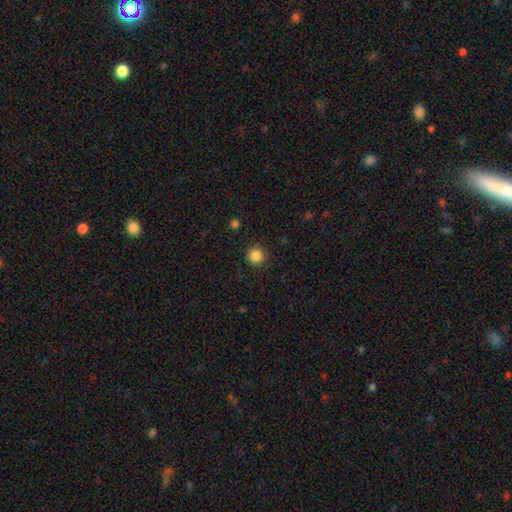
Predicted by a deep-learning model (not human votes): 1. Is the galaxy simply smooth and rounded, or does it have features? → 85% smooth, 11% star or artifact, 3% featured or disk.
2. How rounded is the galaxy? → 95% round, 4% in between, 1% cigar-shaped.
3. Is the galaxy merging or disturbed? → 90% none, 6% minor disturbance, 2% major disturbance, 1% merger.